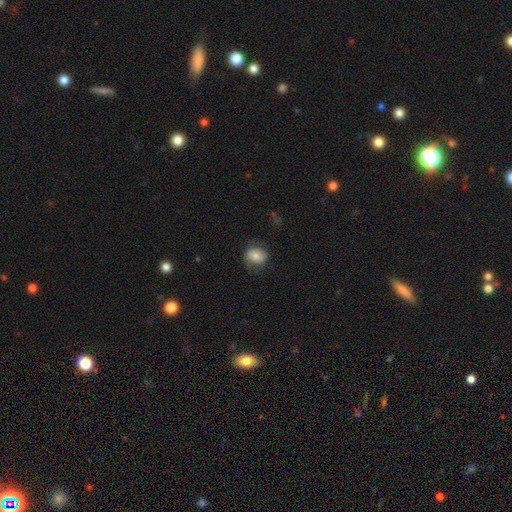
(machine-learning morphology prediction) Q: Smooth or featured?
A: smooth (75%); runner-up: featured or disk (17%)
Q: How rounded?
A: round (58%); runner-up: in between (41%)
Q: Merging?
A: none (67%); runner-up: minor disturbance (22%)